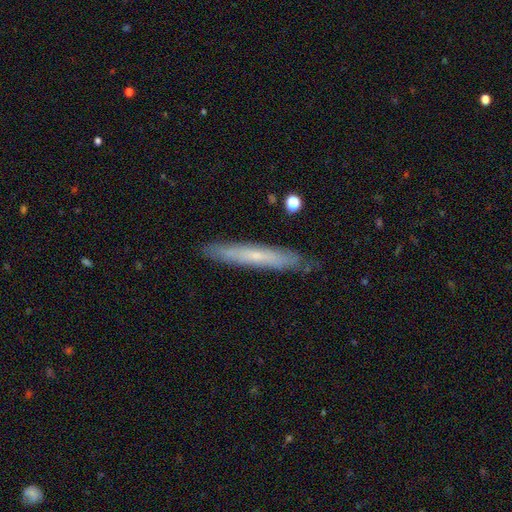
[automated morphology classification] Q: Smooth or featured?
A: featured or disk (48%); runner-up: smooth (46%)
Q: Merging?
A: none (84%); runner-up: minor disturbance (12%)